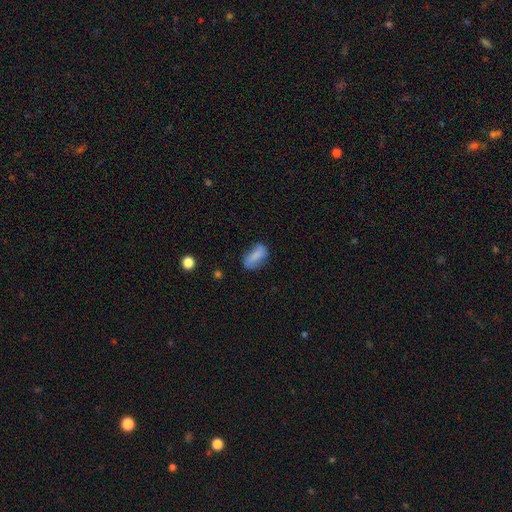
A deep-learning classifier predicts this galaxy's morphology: This is likely a smooth galaxy (73%). How rounded: clearly in between (84%). Merging: likely none (61%).